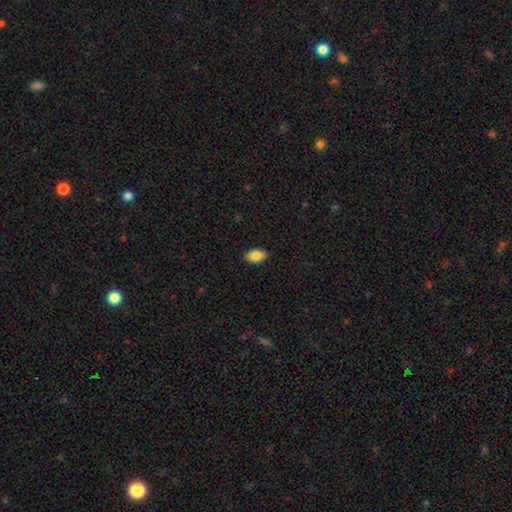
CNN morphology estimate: A smooth galaxy with no disk features (84%) that is in between round and cigar-shaped (91%).

Vote fractions:
- Smooth or featured? smooth: 84% / featured or disk: 9% / star or artifact: 7%
- How rounded? in between: 91% / round: 7% / cigar-shaped: 2%
- Merging? none: 89% / minor disturbance: 8% / major disturbance: 2% / merger: 1%